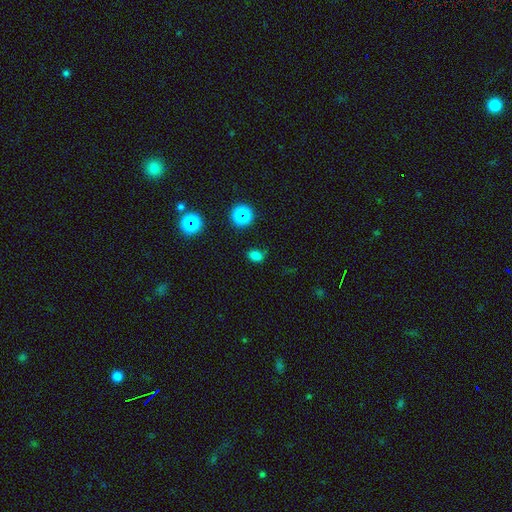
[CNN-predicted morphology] This is likely a smooth galaxy (73%). How rounded: likely in between (67%). Merging: likely none (73%).